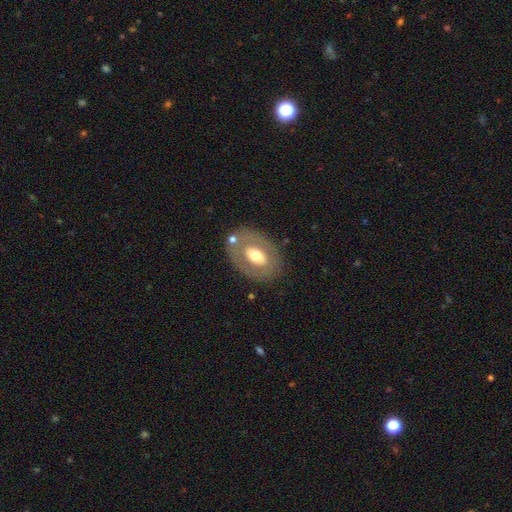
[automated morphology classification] Overall: smooth (48%; featured or disk 46%). Merging: none (76%).